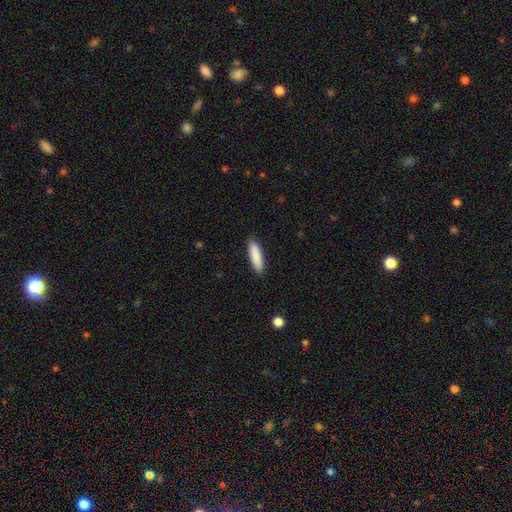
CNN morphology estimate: Smooth or featured?
  - smooth: 88% *
  - featured or disk: 6%
  - star or artifact: 5%
How rounded?
  - cigar-shaped: 69% *
  - in between: 29%
  - round: 1%
Merging?
  - none: 90% *
  - minor disturbance: 7%
  - major disturbance: 2%
  - merger: 1%